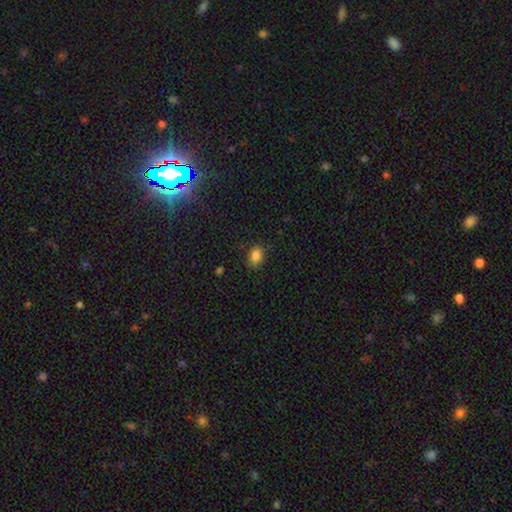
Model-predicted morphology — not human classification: Smooth or featured? smooth (85%)
How rounded? in between (66%)
Merging? none (82%)